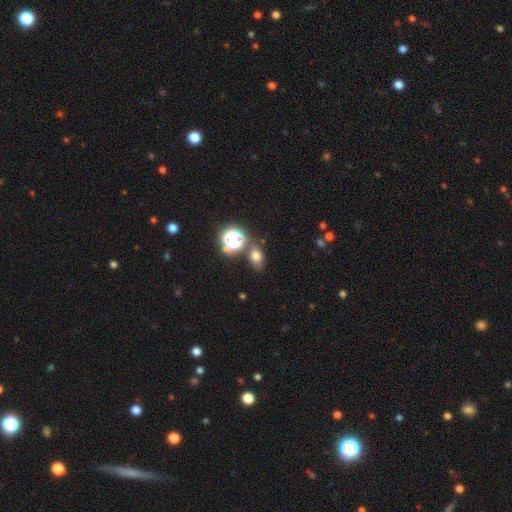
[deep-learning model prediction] A smooth galaxy with no disk features (65%) that is in between round and cigar-shaped (66%).

Vote fractions:
- Smooth or featured? smooth: 65% / star or artifact: 25% / featured or disk: 10%
- How rounded? in between: 66% / round: 32% / cigar-shaped: 2%
- Merging? none: 72% / minor disturbance: 13% / merger: 10% / major disturbance: 5%